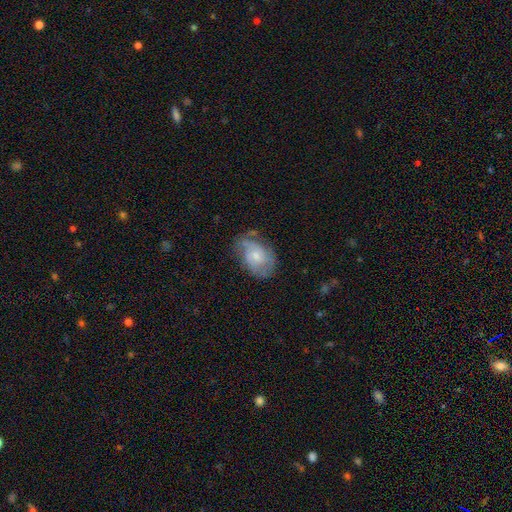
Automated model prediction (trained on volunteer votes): Smooth or featured?
  - featured or disk: 56% *
  - smooth: 37%
  - star or artifact: 7%
Edge-on disk?
  - no: 97% *
  - yes: 3%
Bar?
  - no: 71% *
  - weak: 26%
  - strong: 3%
Spiral arms?
  - yes: 79% *
  - no: 21%
Bulge size?
  - small: 47% *
  - moderate: 43%
  - none: 5%
  - large: 4%
  - dominant: 1%
Merging?
  - none: 53% *
  - minor disturbance: 30%
  - major disturbance: 14%
  - merger: 3%